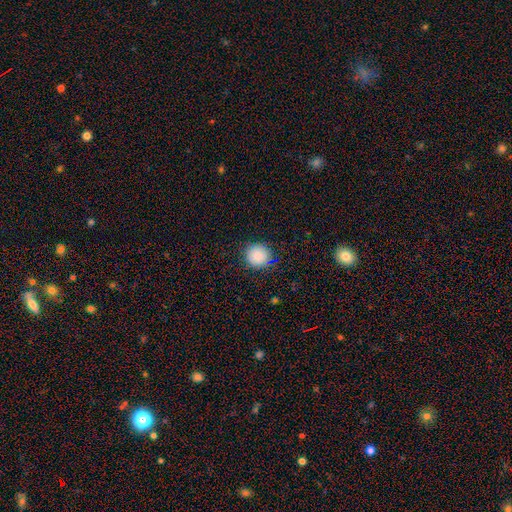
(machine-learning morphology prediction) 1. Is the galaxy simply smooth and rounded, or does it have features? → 87% smooth, 10% star or artifact, 4% featured or disk.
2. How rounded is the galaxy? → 94% round, 5% in between, 1% cigar-shaped.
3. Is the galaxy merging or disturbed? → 89% none, 8% minor disturbance, 2% major disturbance, 1% merger.